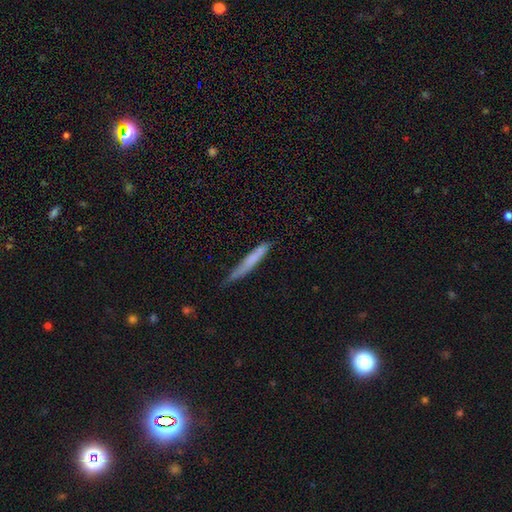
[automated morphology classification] A smooth galaxy with no disk features (66%) that is cigar-shaped (95%). Merging: none (68%).